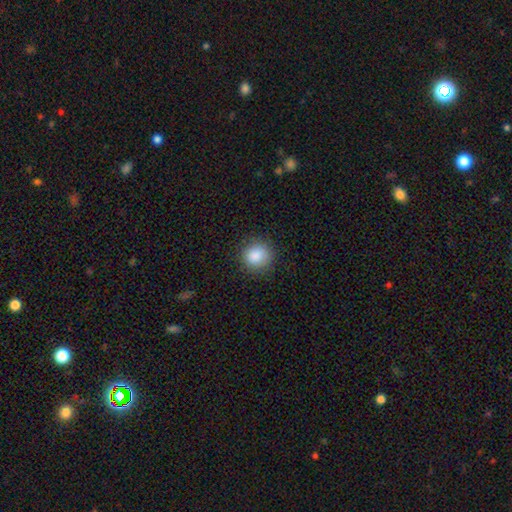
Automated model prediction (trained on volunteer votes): Smooth or featured? smooth (87%)
How rounded? round (88%)
Merging? none (88%)